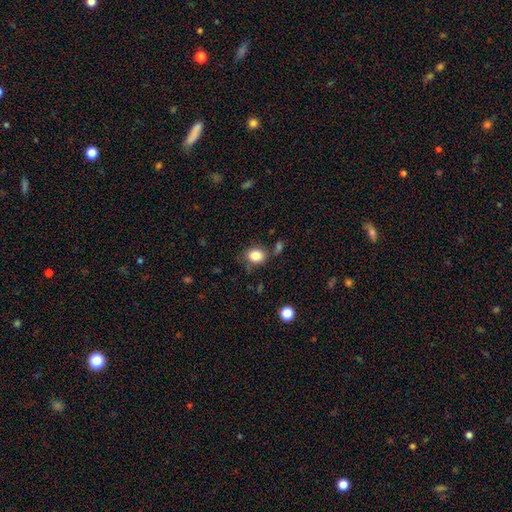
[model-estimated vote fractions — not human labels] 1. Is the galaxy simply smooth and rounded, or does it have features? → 84% smooth, 10% star or artifact, 6% featured or disk.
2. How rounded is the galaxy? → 51% round, 48% in between, 1% cigar-shaped.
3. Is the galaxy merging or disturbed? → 69% none, 18% minor disturbance, 7% merger, 6% major disturbance.